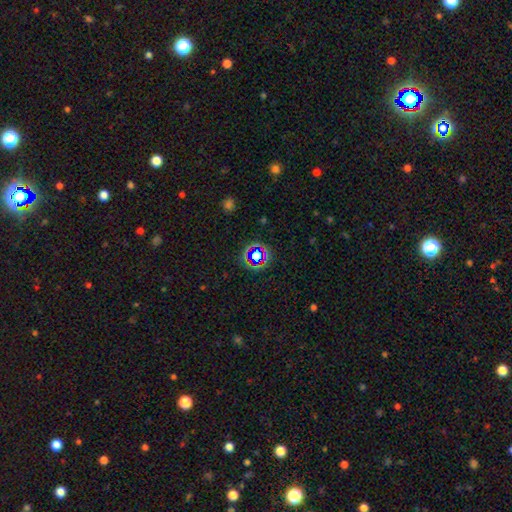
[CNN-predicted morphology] The model was most divided on "smooth or featured": star or artifact: 64%, smooth: 25%, featured or disk: 11%.